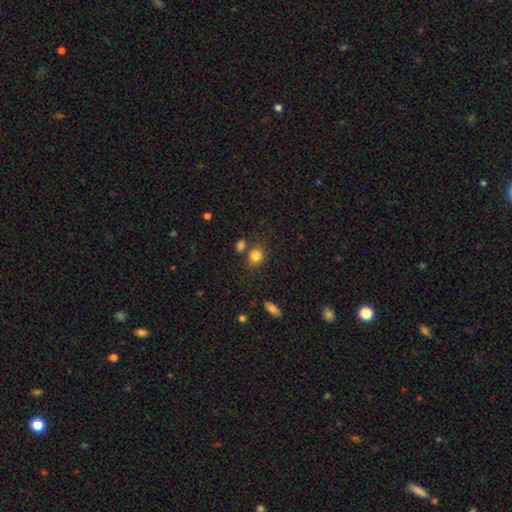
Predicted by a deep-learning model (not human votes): Overall: smooth (83%). How rounded: round (65%; in between 34%). Merging: none (67%).